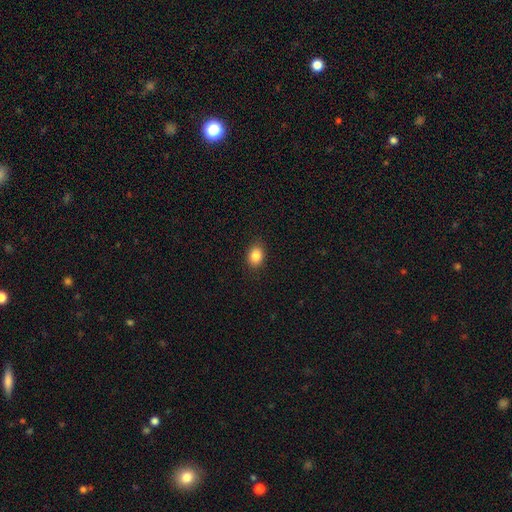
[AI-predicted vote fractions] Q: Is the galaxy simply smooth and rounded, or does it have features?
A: smooth — 86%.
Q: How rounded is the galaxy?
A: in between — 62%.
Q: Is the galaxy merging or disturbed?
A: none — 88%.